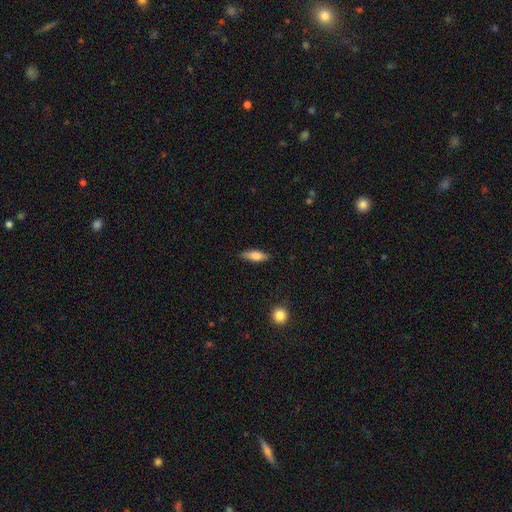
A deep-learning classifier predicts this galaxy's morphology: A smooth galaxy with no disk features (74%) that is in between round and cigar-shaped (56%). Merging: none (84%).